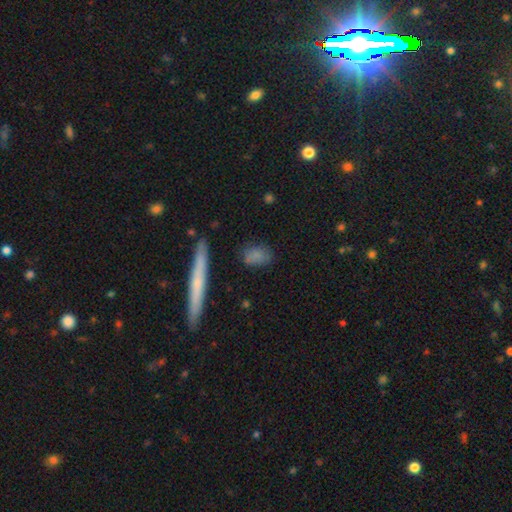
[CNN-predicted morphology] Smooth or featured?
  - smooth: 78% *
  - featured or disk: 11%
  - star or artifact: 11%
How rounded?
  - in between: 73% *
  - round: 19%
  - cigar-shaped: 8%
Merging?
  - none: 70% *
  - minor disturbance: 20%
  - major disturbance: 6%
  - merger: 4%